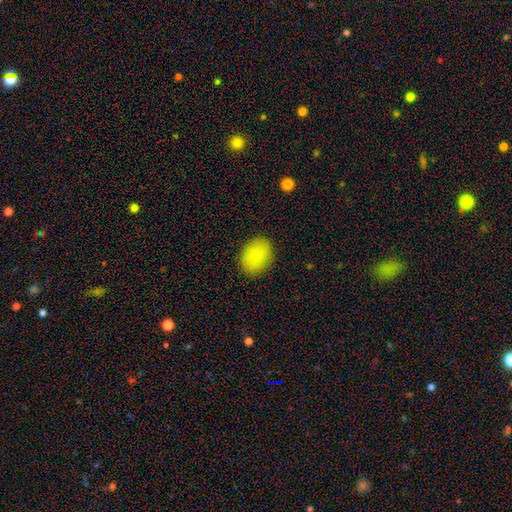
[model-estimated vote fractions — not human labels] The model was most divided on "how rounded": in between: 65%, round: 34%, cigar-shaped: 1%. More confident: merging — none (87%); smooth or featured — smooth (87%).